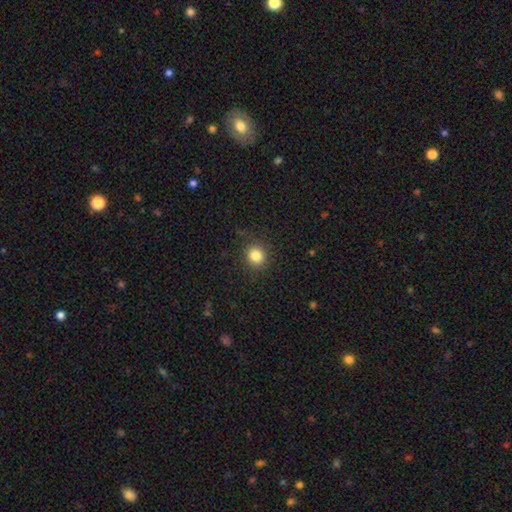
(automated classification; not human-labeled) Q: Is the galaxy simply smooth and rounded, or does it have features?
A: smooth — 83%.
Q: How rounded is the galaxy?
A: round — 84%.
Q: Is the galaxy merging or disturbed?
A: none — 89%.